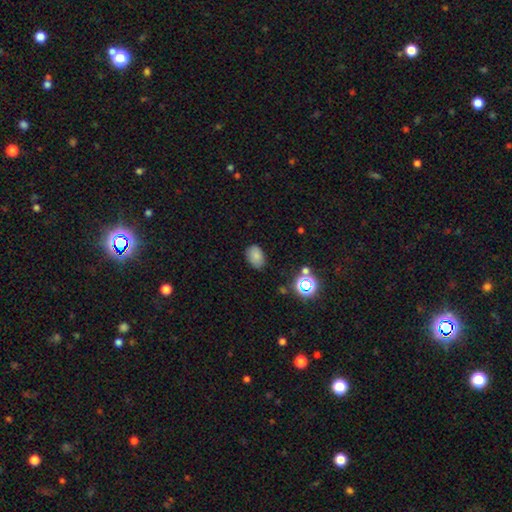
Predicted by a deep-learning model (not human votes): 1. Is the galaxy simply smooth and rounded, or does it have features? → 78% smooth, 14% star or artifact, 7% featured or disk.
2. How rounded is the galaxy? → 82% in between, 16% round, 1% cigar-shaped.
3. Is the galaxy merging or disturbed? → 79% none, 16% minor disturbance, 3% major disturbance, 2% merger.